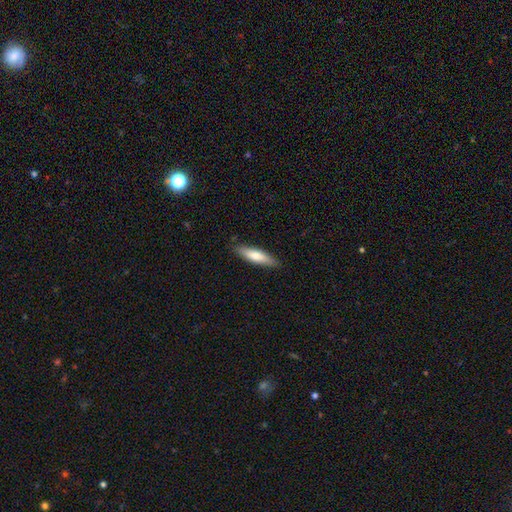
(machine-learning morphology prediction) Overall: smooth (67%; featured or disk 28%). How rounded: cigar-shaped (72%). Merging: none (87%).